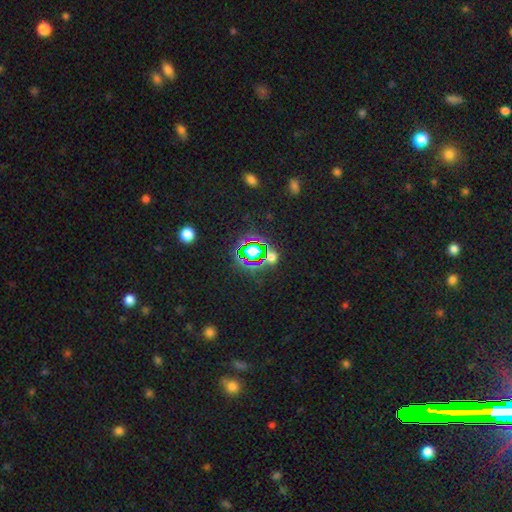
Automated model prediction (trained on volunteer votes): Smooth or featured? Predicted: star or artifact (p=0.76).